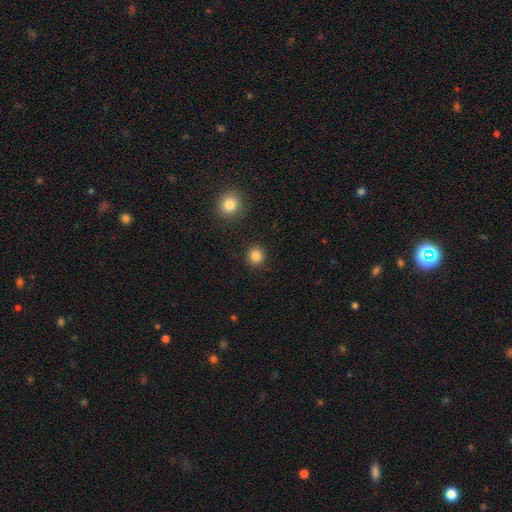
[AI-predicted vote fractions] A smooth galaxy with no disk features (85%) that is round (90%).

Vote fractions:
- Smooth or featured? smooth: 85% / star or artifact: 11% / featured or disk: 4%
- How rounded? round: 90% / in between: 9% / cigar-shaped: 1%
- Merging? none: 91% / minor disturbance: 5% / major disturbance: 2% / merger: 2%